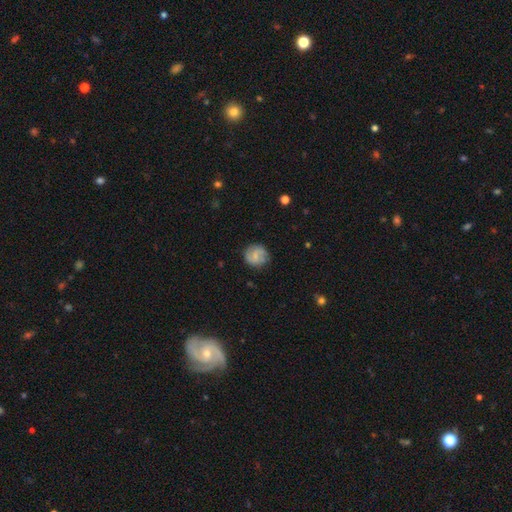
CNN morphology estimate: smooth-or-featured: smooth: 55% | featured or disk: 37% | star or artifact: 8%
  how-rounded: round: 87% | in between: 12% | cigar-shaped: 1%
  merging: none: 79% | minor disturbance: 15% | major disturbance: 5% | merger: 1%